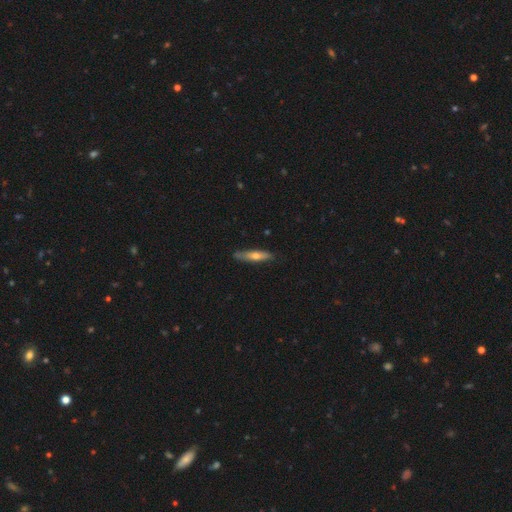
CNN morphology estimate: This appears to be a smooth galaxy with no disk features (50%). Merging: none (84%).